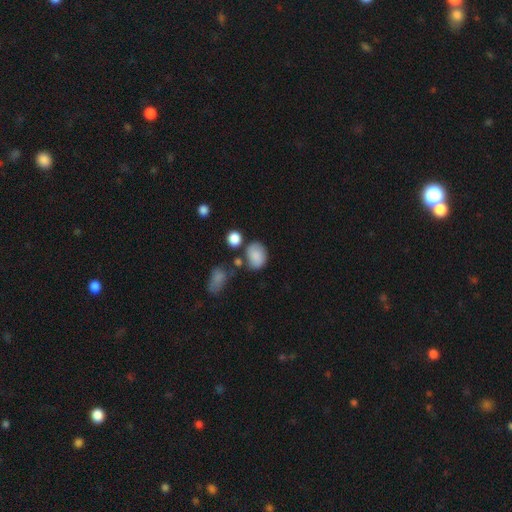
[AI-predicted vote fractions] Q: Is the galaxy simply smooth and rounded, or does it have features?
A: smooth — 83%.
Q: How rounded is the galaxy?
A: in between — 61%.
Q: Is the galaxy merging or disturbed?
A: none — 63%.